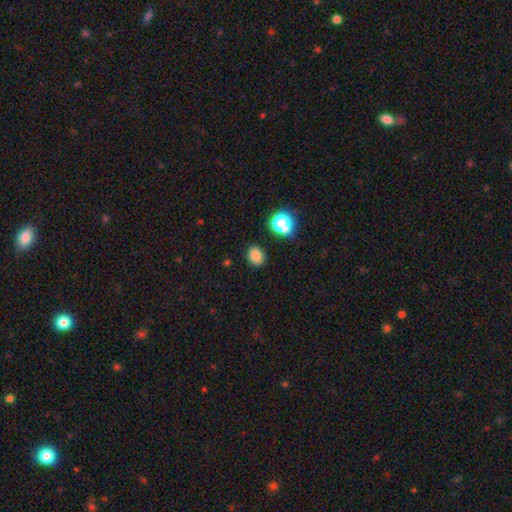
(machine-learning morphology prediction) smooth-or-featured: smooth: 82% | star or artifact: 13% | featured or disk: 5%
  how-rounded: round: 54% | in between: 45% | cigar-shaped: 1%
  merging: none: 86% | minor disturbance: 9% | merger: 3% | major disturbance: 3%